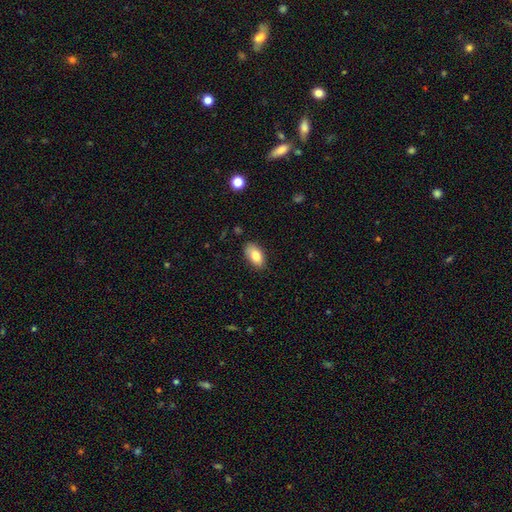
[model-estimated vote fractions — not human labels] Smooth or featured?
  - smooth: 82% *
  - featured or disk: 11%
  - star or artifact: 7%
How rounded?
  - in between: 92% *
  - round: 5%
  - cigar-shaped: 3%
Merging?
  - none: 83% *
  - minor disturbance: 14%
  - major disturbance: 3%
  - merger: 1%